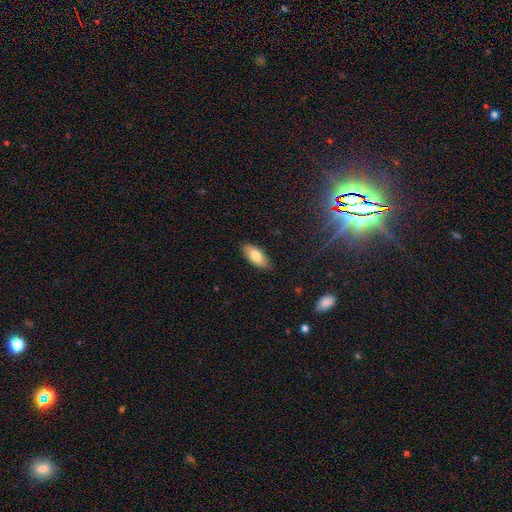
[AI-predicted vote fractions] A smooth galaxy with no disk features (77%) that is in between round and cigar-shaped (87%).

Vote fractions:
- Smooth or featured? smooth: 77% / featured or disk: 16% / star or artifact: 7%
- How rounded? in between: 87% / cigar-shaped: 11% / round: 2%
- Merging? none: 85% / minor disturbance: 12% / major disturbance: 2% / merger: 1%